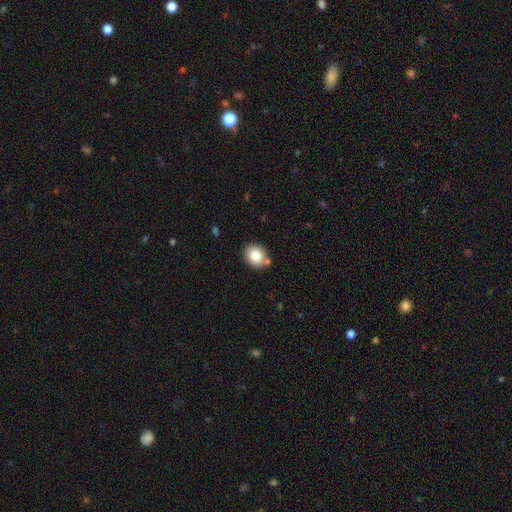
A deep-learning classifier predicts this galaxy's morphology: A smooth galaxy with no disk features (83%) that is round (63%). Merging: none (78%).